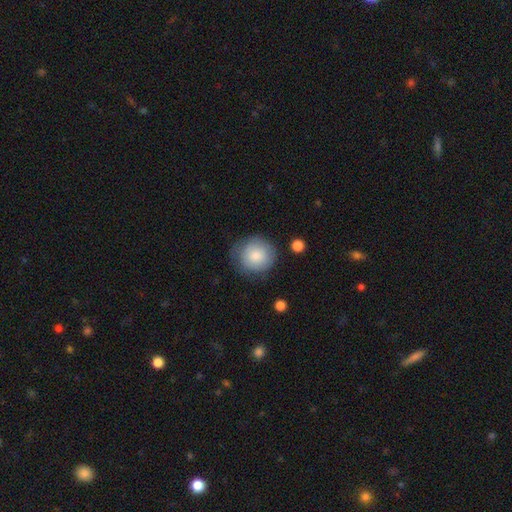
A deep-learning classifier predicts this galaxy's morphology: smooth 83%, featured or disk 11%, star or artifact 6%. Down the decision tree: how rounded — round (90%); merging — none (72%).